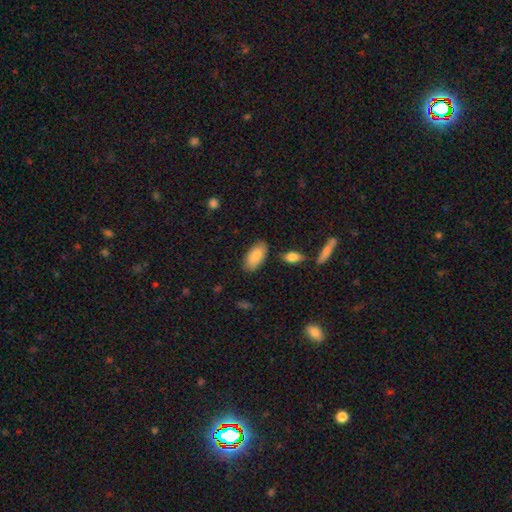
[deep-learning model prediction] smooth 83%, featured or disk 11%, star or artifact 6%. Down the decision tree: how rounded — in between (93%); merging — none (82%).